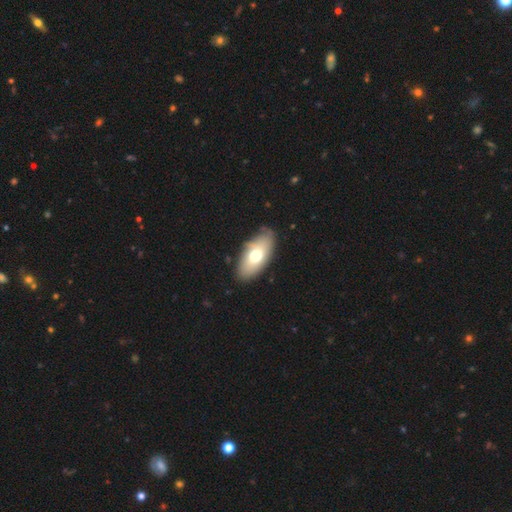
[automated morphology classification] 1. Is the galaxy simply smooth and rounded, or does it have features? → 66% smooth, 27% featured or disk, 6% star or artifact.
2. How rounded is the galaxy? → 90% in between, 7% cigar-shaped, 3% round.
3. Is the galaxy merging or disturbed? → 79% none, 16% minor disturbance, 4% major disturbance, 2% merger.